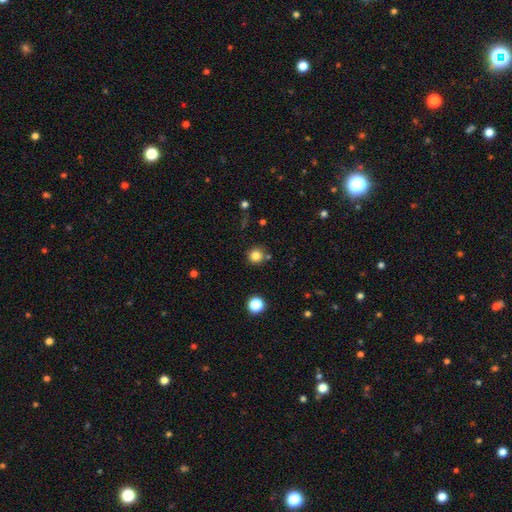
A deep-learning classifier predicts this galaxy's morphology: A smooth galaxy with no disk features (82%) that is round (94%). Merging: none (81%).